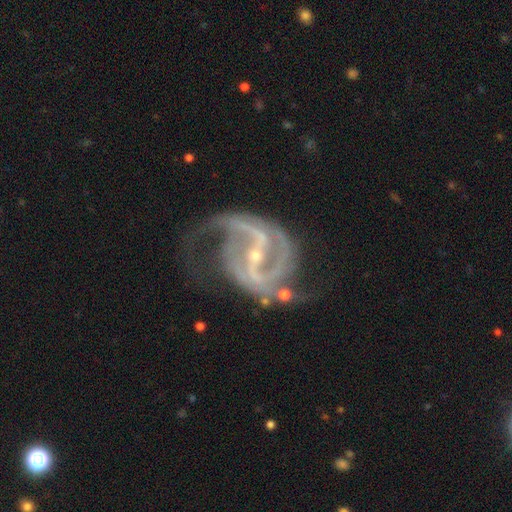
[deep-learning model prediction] Q: Smooth or featured?
A: featured or disk (92%); runner-up: star or artifact (6%)
Q: Edge-on disk?
A: no (98%); runner-up: yes (2%)
Q: Bar?
A: strong (58%); runner-up: weak (30%)
Q: Spiral arms?
A: yes (97%); runner-up: no (3%)
Q: Spiral winding?
A: medium (53%); runner-up: loose (27%)
Q: Spiral arm count?
A: 2 (74%); runner-up: 3 (8%)
Q: Bulge size?
A: small (81%); runner-up: moderate (15%)
Q: Merging?
A: none (41%); runner-up: major disturbance (30%)